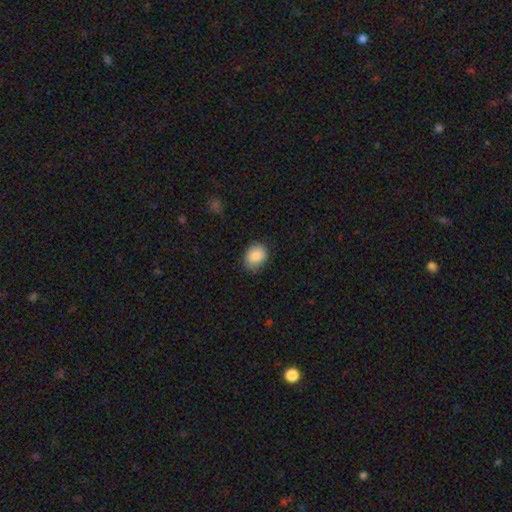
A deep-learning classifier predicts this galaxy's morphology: A smooth galaxy with no disk features (87%) that is in between round and cigar-shaped (56%). Merging: none (80%).